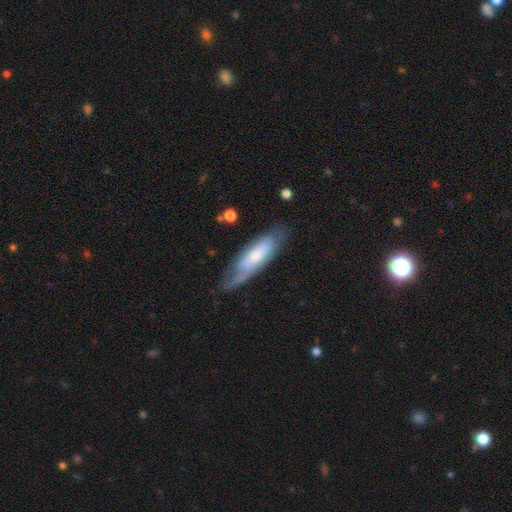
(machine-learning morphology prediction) Smooth or featured? featured or disk (48%)
Merging? none (60%)